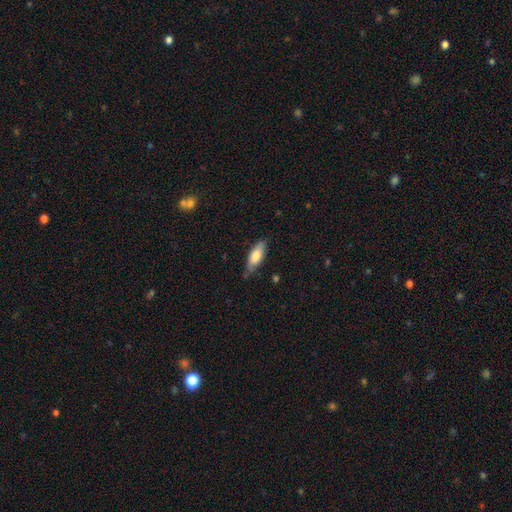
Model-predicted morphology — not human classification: Smooth or featured: smooth — 75% (featured or disk — 20%)
How rounded: in between — 67% (cigar-shaped — 31%)
Merging: none — 70% (minor disturbance — 25%)